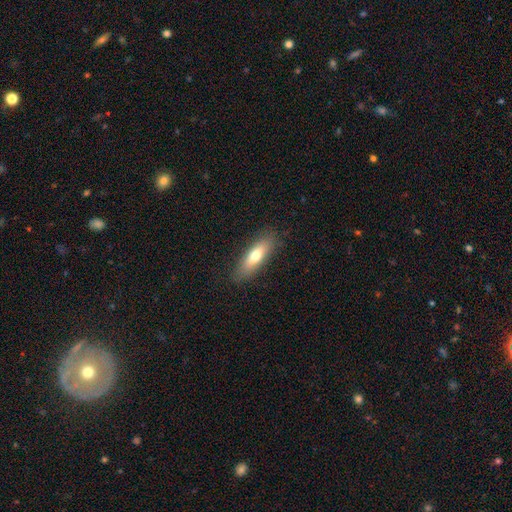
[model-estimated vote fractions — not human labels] The model was most divided on "how rounded": cigar-shaped: 53%, in between: 45%, round: 2%. More confident: merging — none (85%); smooth or featured — smooth (68%).